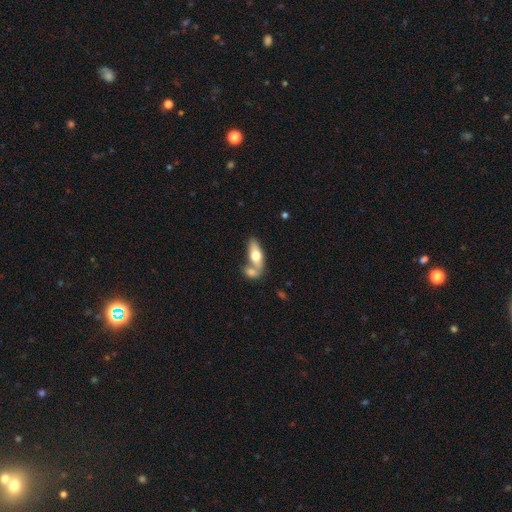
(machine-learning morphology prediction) Smooth or featured: smooth — 62% (featured or disk — 33%)
How rounded: in between — 74% (cigar-shaped — 22%)
Merging: merger — 52% (none — 33%)